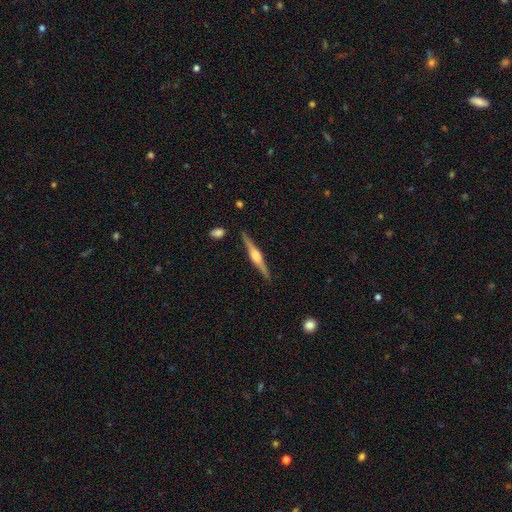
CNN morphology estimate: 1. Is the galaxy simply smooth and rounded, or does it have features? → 79% featured or disk, 16% smooth, 5% star or artifact.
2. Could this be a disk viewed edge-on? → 98% yes, 2% no.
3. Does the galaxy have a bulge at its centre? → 79% rounded, 17% boxy, 3% none.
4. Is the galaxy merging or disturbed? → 88% none, 8% minor disturbance, 2% merger, 2% major disturbance.